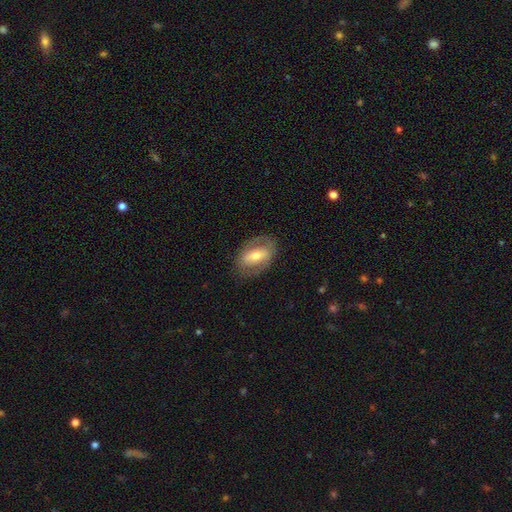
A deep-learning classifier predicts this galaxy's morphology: featured or disk 54%, smooth 39%, star or artifact 7%. Down the decision tree: edge-on disk — no (89%); merging — none (76%).